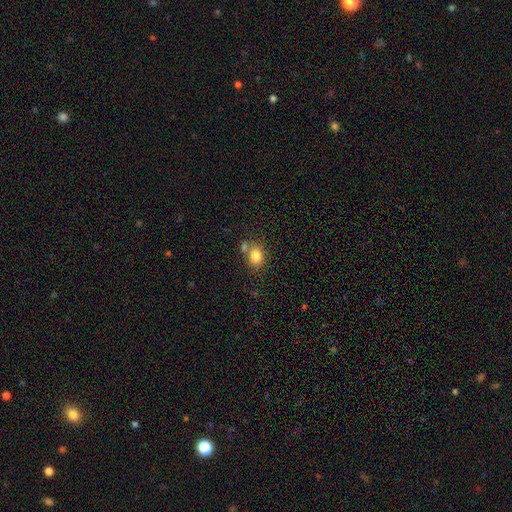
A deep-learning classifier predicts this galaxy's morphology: Q: Smooth or featured?
A: smooth (82%); runner-up: star or artifact (10%)
Q: How rounded?
A: in between (53%); runner-up: round (45%)
Q: Merging?
A: none (59%); runner-up: merger (23%)